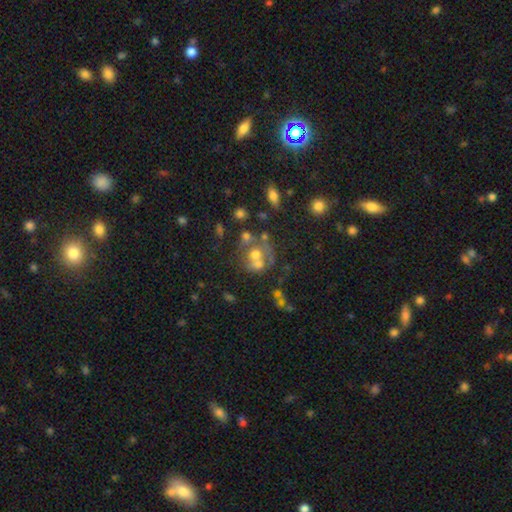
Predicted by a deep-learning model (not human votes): A smooth galaxy with no disk features (45%). Merging: merger (40%).